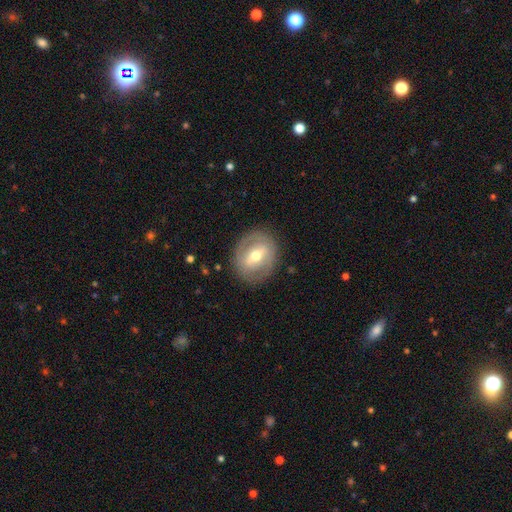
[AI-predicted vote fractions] Smooth or featured? Predicted: featured or disk (p=0.62). Edge-on disk? Predicted: no (p=0.93). Bar? Predicted: strong (p=0.42). Spiral arms? Predicted: no (p=0.62). Bulge size? Predicted: moderate (p=0.68). Merging? Predicted: none (p=0.83).